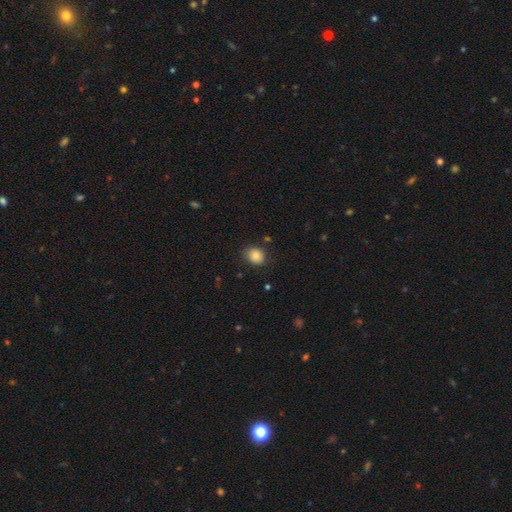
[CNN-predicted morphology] This appears to be a smooth galaxy with no disk features (85%) that is round (56%). Merging: none (82%).